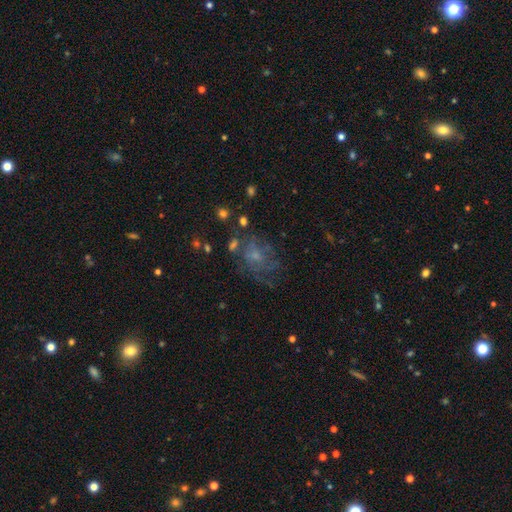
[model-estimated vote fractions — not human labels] smooth-or-featured: featured or disk: 49% | smooth: 34% | star or artifact: 17%
  merging: none: 45% | major disturbance: 28% | minor disturbance: 21% | merger: 7%